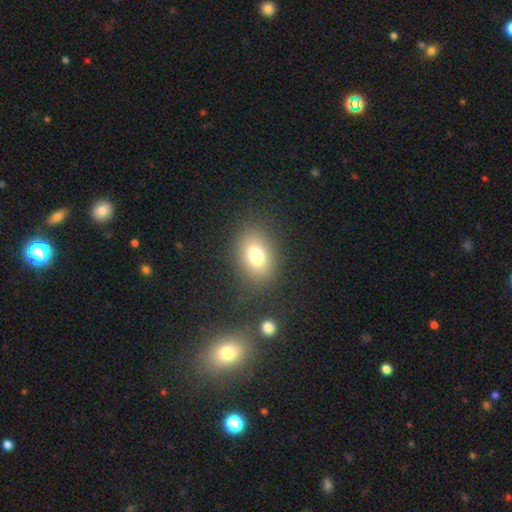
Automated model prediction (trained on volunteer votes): smooth 75%, star or artifact 13%, featured or disk 11%. Down the decision tree: how rounded — in between (65%); merging — none (81%).